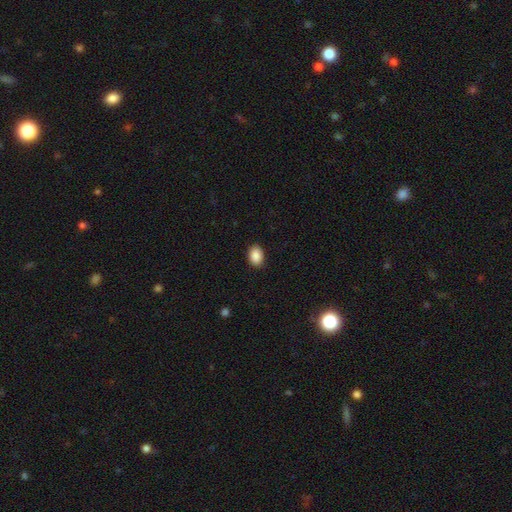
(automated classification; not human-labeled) Smooth or featured?
  - smooth: 89% *
  - star or artifact: 8%
  - featured or disk: 3%
How rounded?
  - in between: 79% *
  - round: 20%
  - cigar-shaped: 1%
Merging?
  - none: 89% *
  - minor disturbance: 8%
  - major disturbance: 2%
  - merger: 1%